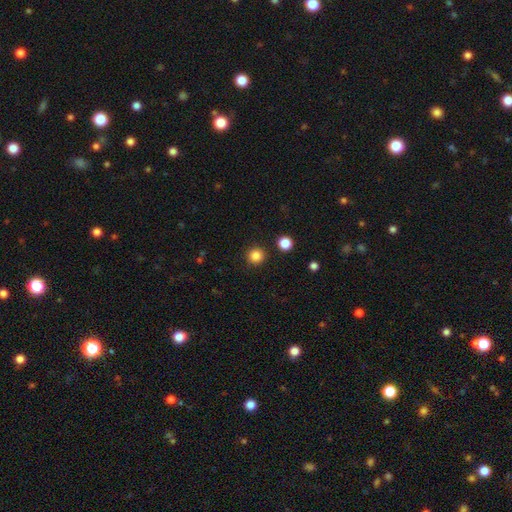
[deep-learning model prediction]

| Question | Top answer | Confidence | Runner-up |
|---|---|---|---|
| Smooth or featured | smooth | 84% | star or artifact (12%) |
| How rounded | round | 95% | in between (4%) |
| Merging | none | 92% | minor disturbance (4%) |